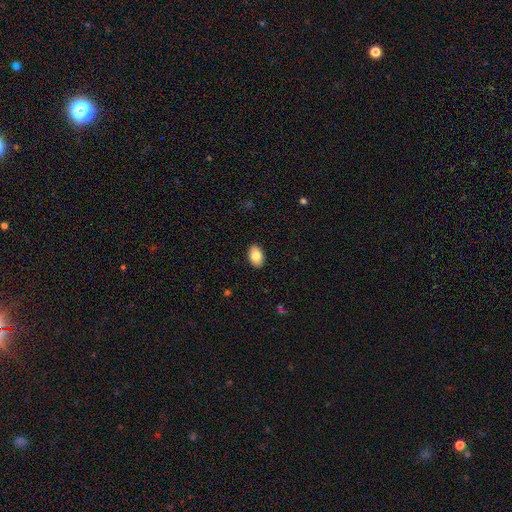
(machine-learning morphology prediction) smooth 84%, featured or disk 9%, star or artifact 7%. Down the decision tree: how rounded — in between (90%); merging — none (90%).